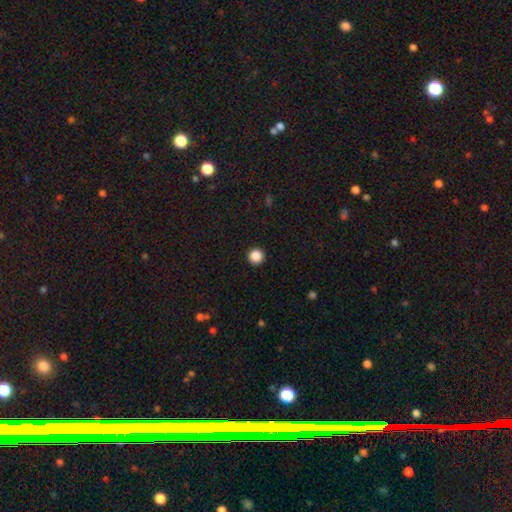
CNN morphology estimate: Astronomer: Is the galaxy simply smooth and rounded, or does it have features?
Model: smooth — 87%.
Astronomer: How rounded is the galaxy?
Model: round — 96%.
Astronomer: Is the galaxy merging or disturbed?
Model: none — 94%.